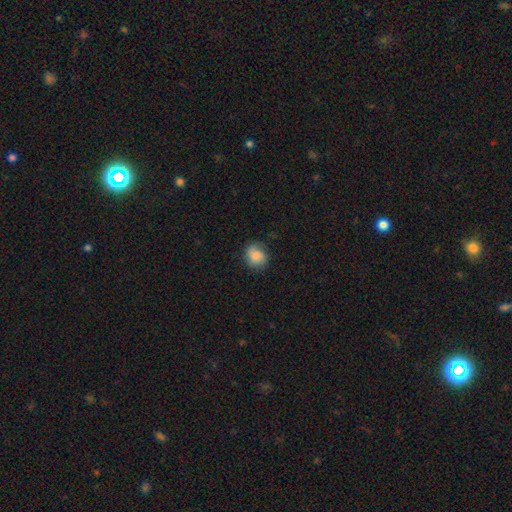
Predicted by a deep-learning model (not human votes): Smooth or featured? Predicted: smooth (p=0.76). How rounded? Predicted: round (p=0.68). Merging? Predicted: none (p=0.69).